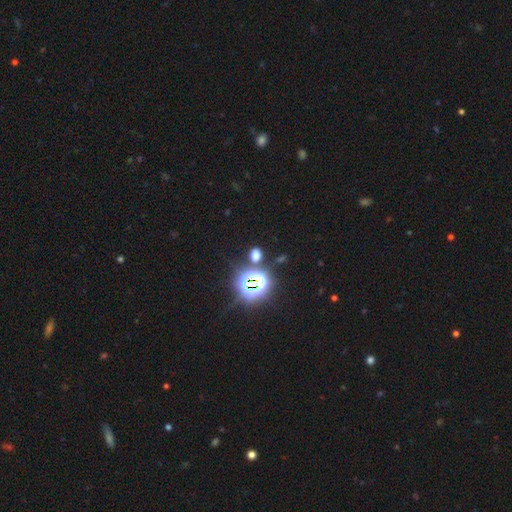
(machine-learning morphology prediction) This is possibly a smooth galaxy (51%). How rounded: possibly round (52%). Merging: likely none (78%).